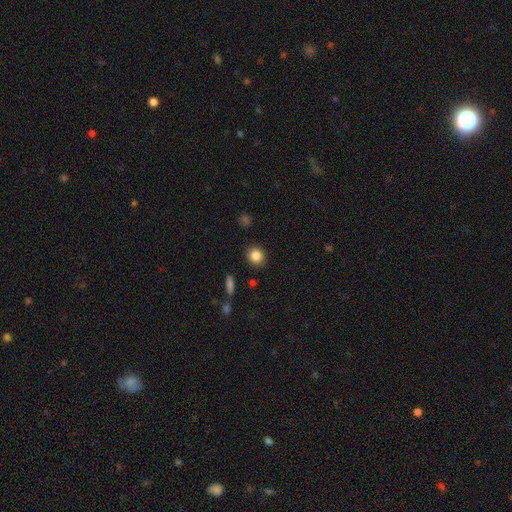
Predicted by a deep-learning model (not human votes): This is clearly a smooth galaxy (85%). How rounded: clearly round (80%). Merging: clearly none (89%).